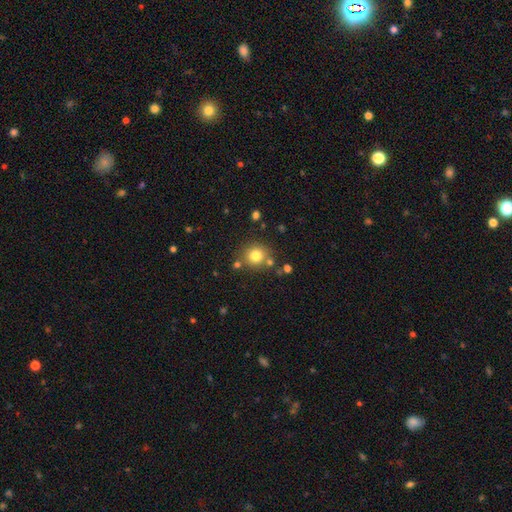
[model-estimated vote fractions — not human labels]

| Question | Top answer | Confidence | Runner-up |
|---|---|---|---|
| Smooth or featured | smooth | 79% | star or artifact (13%) |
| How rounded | round | 90% | in between (9%) |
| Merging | none | 79% | minor disturbance (9%) |